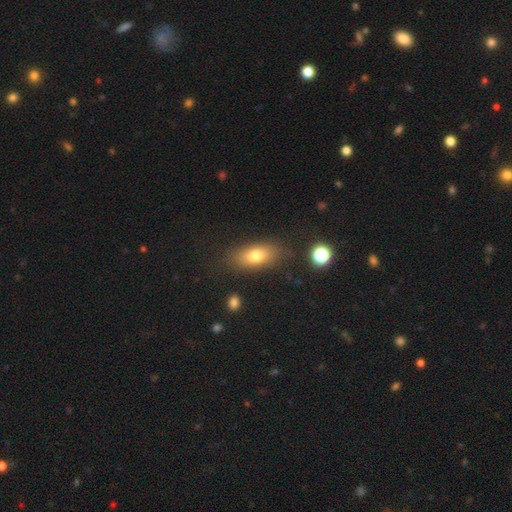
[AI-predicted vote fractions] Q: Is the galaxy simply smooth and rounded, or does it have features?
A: smooth — 74%.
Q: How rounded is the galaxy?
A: in between — 80%.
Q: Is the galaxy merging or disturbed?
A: none — 81%.